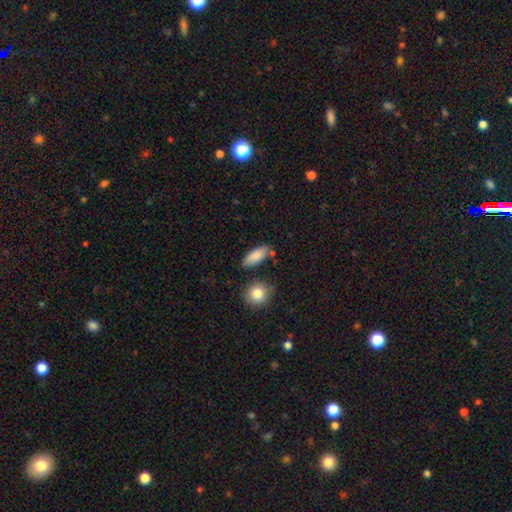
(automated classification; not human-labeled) Smooth or featured? Predicted: smooth (p=0.85). How rounded? Predicted: in between (p=0.81). Merging? Predicted: none (p=0.77).